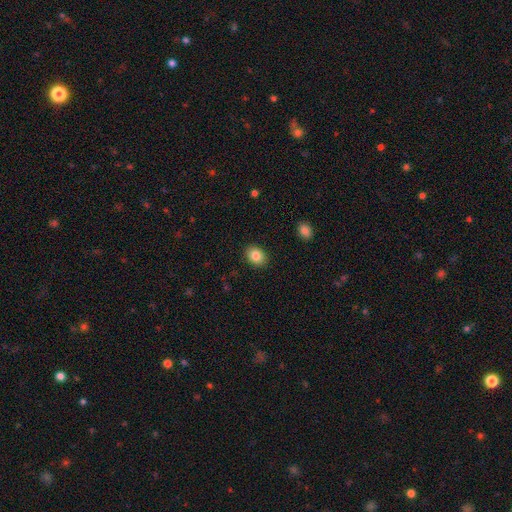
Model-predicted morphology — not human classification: smooth 85%, star or artifact 9%, featured or disk 7%. Down the decision tree: how rounded — in between (60%); merging — none (90%).